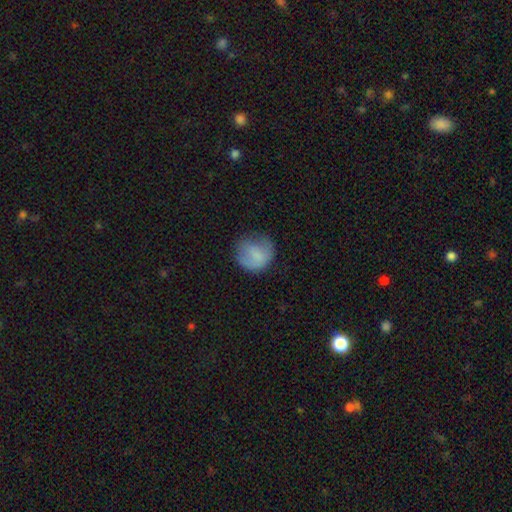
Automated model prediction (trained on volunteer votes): This appears to be a smooth galaxy with no disk features (75%) that is round (80%). Merging: none (54%).